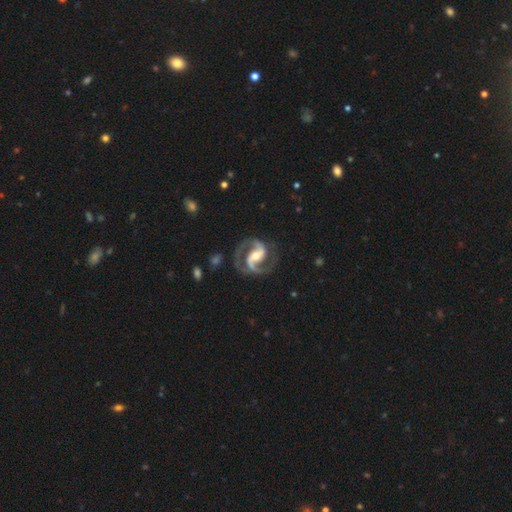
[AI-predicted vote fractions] A featured or disk galaxy (93%) with a strong bar (40%), 2 (93%) medium (63%) spiral arms (98%) and a moderate central bulge (61%).

Vote fractions:
- Smooth or featured? featured or disk: 93% / star or artifact: 4% / smooth: 3%
- Edge-on disk? no: 98% / yes: 2%
- Bar? strong: 40% / weak: 36% / no: 24%
- Spiral arms? yes: 98% / no: 2%
- Spiral winding? medium: 63% / tight: 23% / loose: 14%
- Spiral arm count? 2: 93% / 3: 2% / can't tell: 2% / 1: 1% / 4: 1% / more than 4: 1%
- Bulge size? moderate: 61% / small: 30% / large: 6% / none: 2% / dominant: 1%
- Merging? none: 79% / minor disturbance: 13% / major disturbance: 6% / merger: 2%